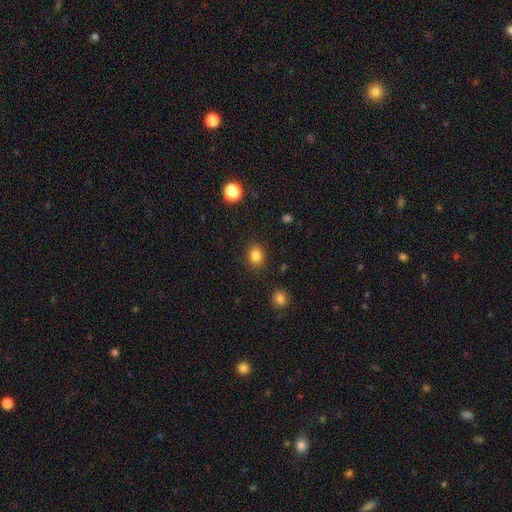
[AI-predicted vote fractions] Smooth or featured? Predicted: smooth (p=0.84). How rounded? Predicted: round (p=0.50). Merging? Predicted: none (p=0.85).